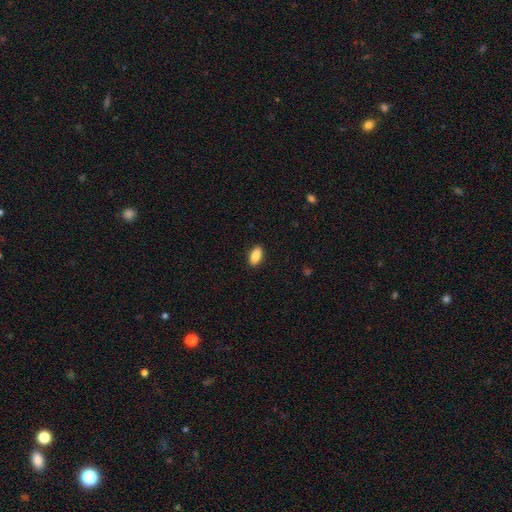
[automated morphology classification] smooth-or-featured: smooth: 87% | star or artifact: 7% | featured or disk: 6%
  how-rounded: in between: 91% | cigar-shaped: 5% | round: 4%
  merging: none: 90% | minor disturbance: 7% | major disturbance: 2% | merger: 1%